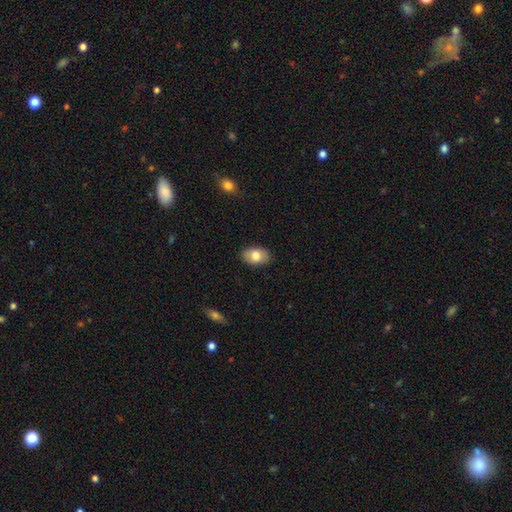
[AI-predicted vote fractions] This is likely a smooth galaxy (79%). How rounded: clearly in between (86%). Merging: clearly none (88%).